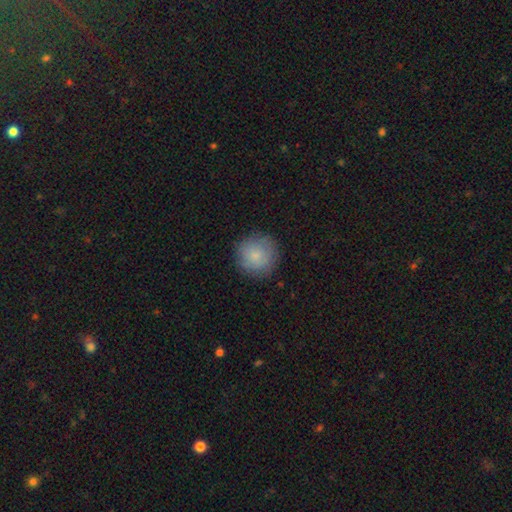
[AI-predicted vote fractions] A smooth galaxy with no disk features (83%) that is round (95%). Merging: none (85%).